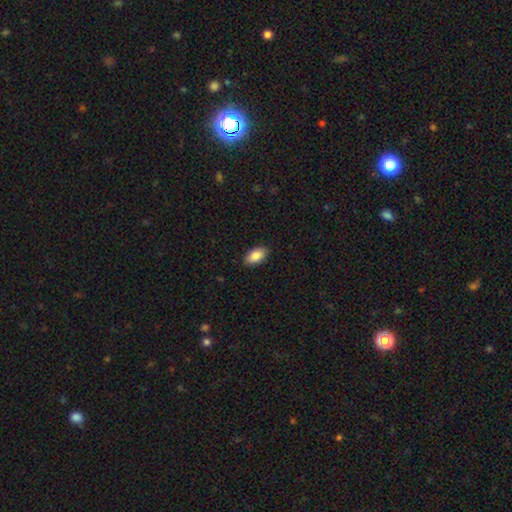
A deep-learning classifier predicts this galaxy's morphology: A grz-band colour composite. It shows a smooth galaxy with no disk features (86%) that is in between round and cigar-shaped (94%). Merging: none (89%).